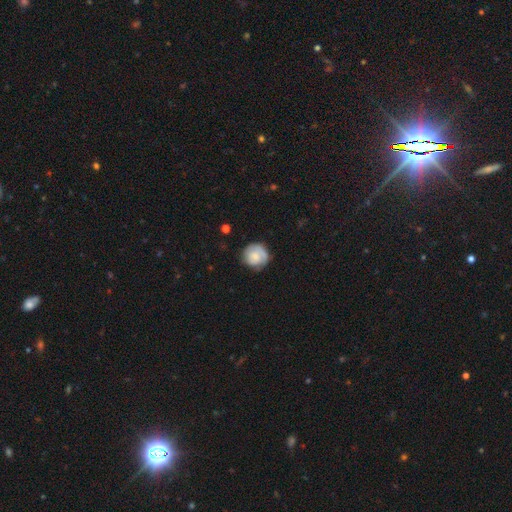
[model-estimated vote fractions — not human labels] Morphology: type=smooth (61%); roundness=round (90%); merging=none (70%).